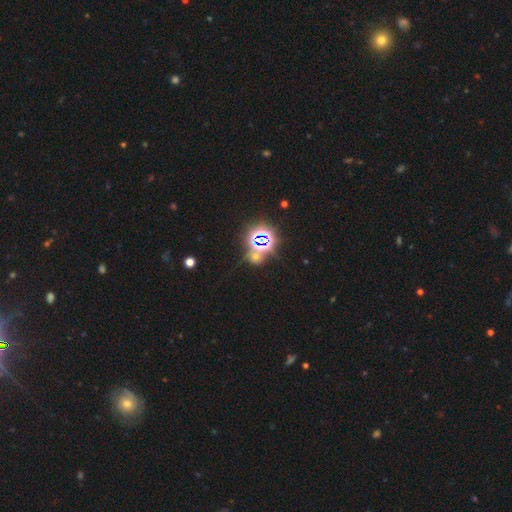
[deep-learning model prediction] A star or artifact, not a galaxy (70%).